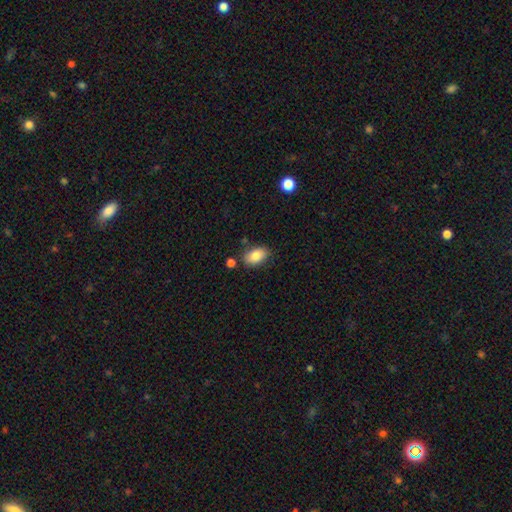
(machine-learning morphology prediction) Smooth or featured? Predicted: smooth (p=0.84). How rounded? Predicted: in between (p=0.90). Merging? Predicted: none (p=0.78).